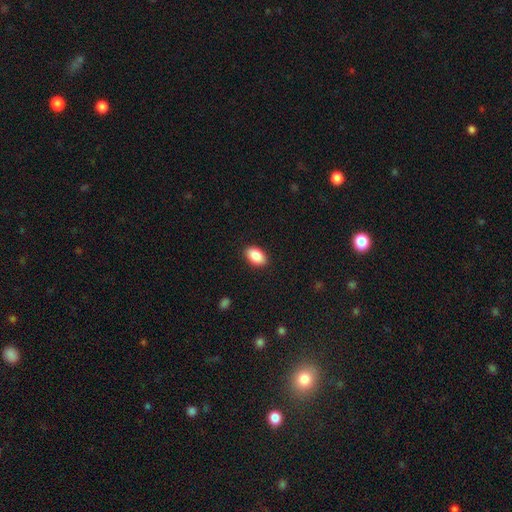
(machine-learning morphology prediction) Smooth or featured? Predicted: smooth (p=0.89). How rounded? Predicted: in between (p=0.93). Merging? Predicted: none (p=0.90).